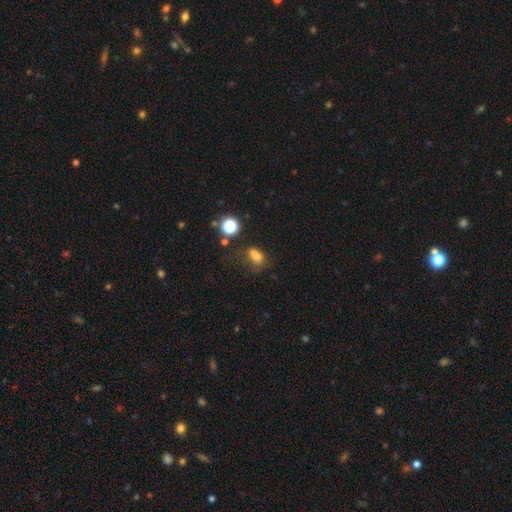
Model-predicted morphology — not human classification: Q: Smooth or featured?
A: smooth (67%); runner-up: star or artifact (20%)
Q: How rounded?
A: in between (64%); runner-up: round (32%)
Q: Merging?
A: none (37%); runner-up: minor disturbance (22%)